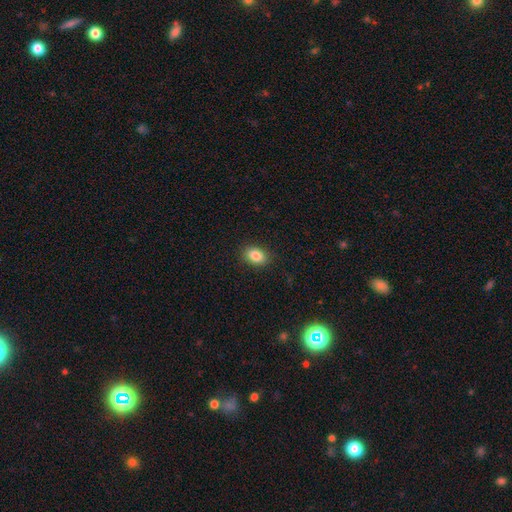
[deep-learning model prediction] smooth_or_featured: smooth (p=0.86) [alt: star or artifact p=0.09]
how_rounded: in between (p=0.77) [alt: round p=0.22]
merging: none (p=0.89) [alt: minor disturbance p=0.08]